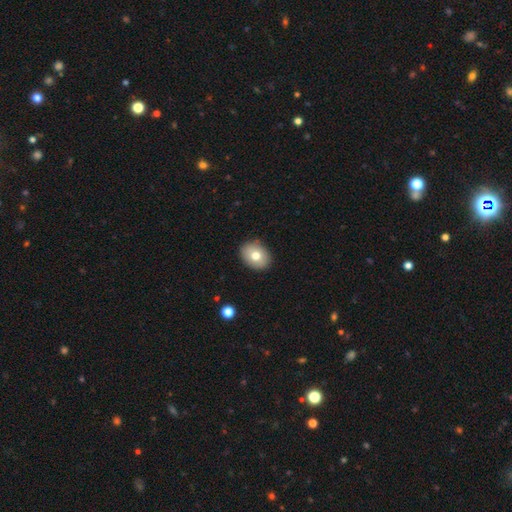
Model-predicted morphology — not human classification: Overall: smooth (75%). How rounded: in between (59%; round 40%). Merging: none (88%).